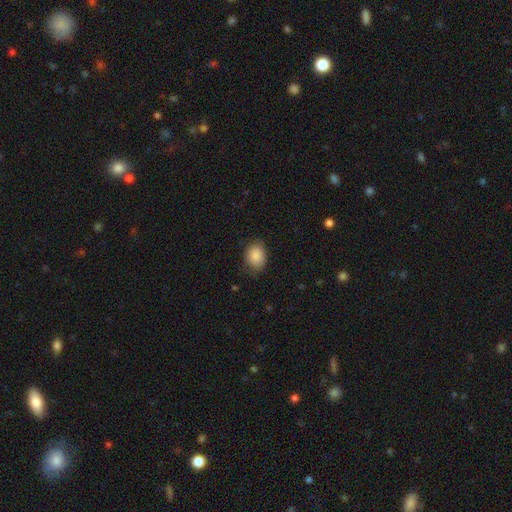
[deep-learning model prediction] Smooth or featured?
  - smooth: 88% *
  - star or artifact: 8%
  - featured or disk: 5%
How rounded?
  - in between: 65% *
  - round: 34%
  - cigar-shaped: 1%
Merging?
  - none: 76% *
  - minor disturbance: 19%
  - major disturbance: 4%
  - merger: 1%